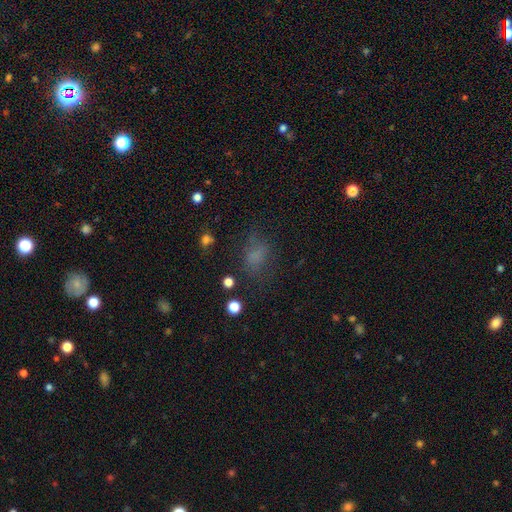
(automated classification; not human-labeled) Smooth or featured? smooth (63%)
How rounded? in between (70%)
Merging? none (57%)